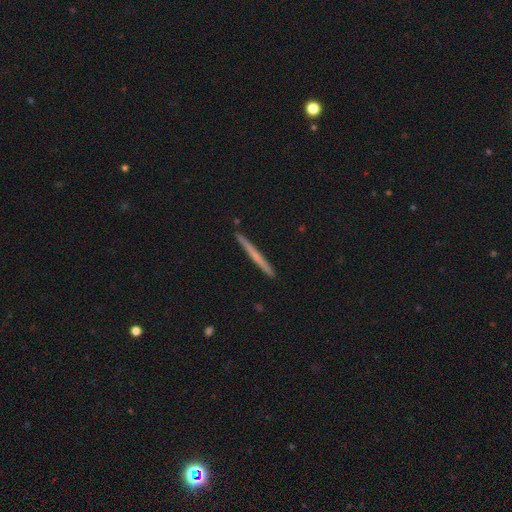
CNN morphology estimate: The model was most divided on "smooth or featured": featured or disk: 48%, smooth: 46%, star or artifact: 6%. More confident: merging — none (92%).